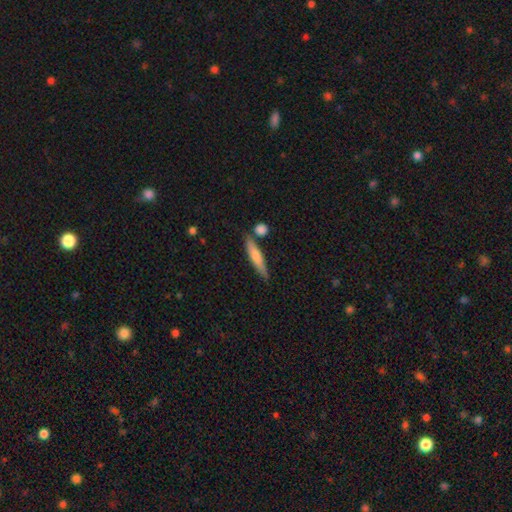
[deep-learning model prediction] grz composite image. It shows a smooth galaxy with no disk features (64%) that is cigar-shaped (87%). Merging: none (77%).